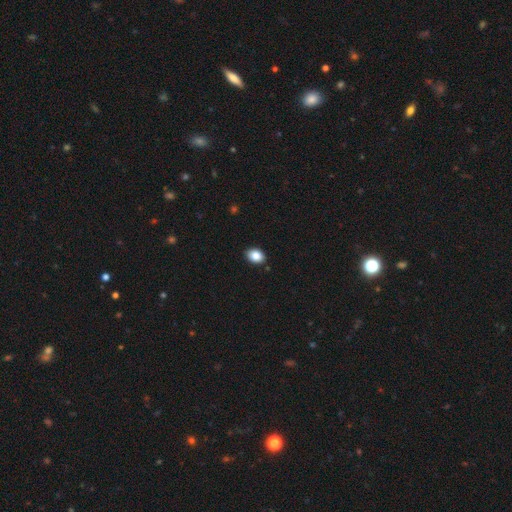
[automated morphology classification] Overall: smooth (87%). How rounded: in between (72%). Merging: none (89%).